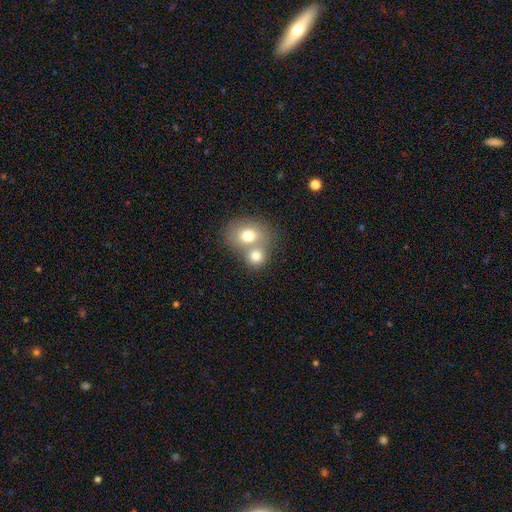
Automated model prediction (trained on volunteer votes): Smooth or featured? Predicted: smooth (p=0.75). How rounded? Predicted: round (p=0.67). Merging? Predicted: merger (p=0.59).